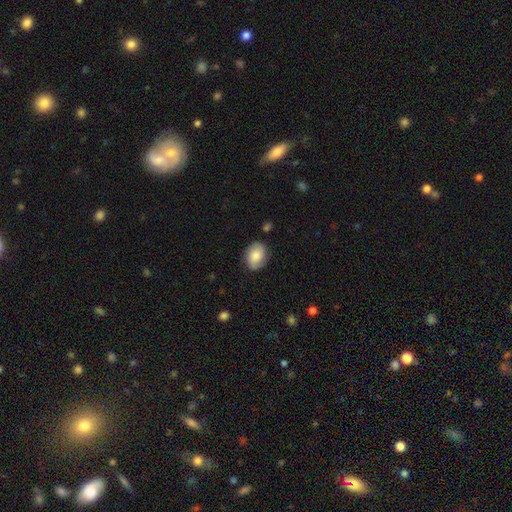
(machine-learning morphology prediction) Smooth or featured: smooth — 74% (featured or disk — 19%)
How rounded: in between — 70% (round — 29%)
Merging: none — 82% (minor disturbance — 13%)